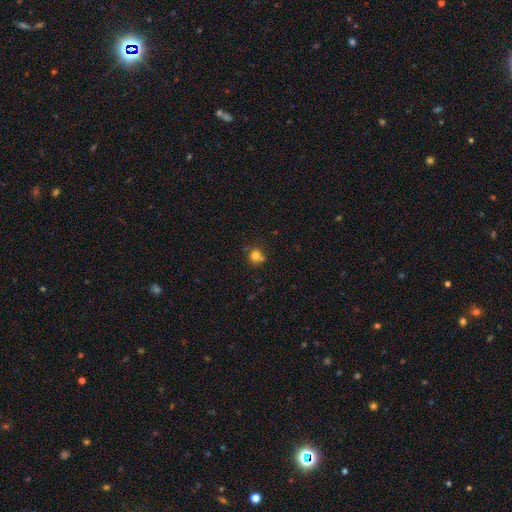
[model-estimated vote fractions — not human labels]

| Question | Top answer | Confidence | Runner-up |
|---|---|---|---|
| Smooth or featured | smooth | 76% | star or artifact (14%) |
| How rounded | round | 82% | in between (17%) |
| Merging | none | 61% | merger (17%) |